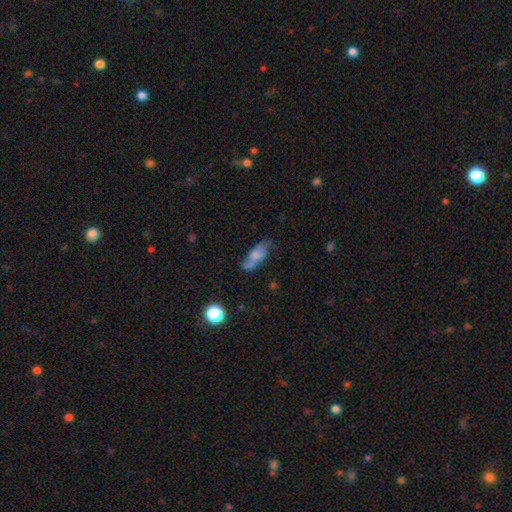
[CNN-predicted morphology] This is possibly a smooth galaxy (59%). How rounded: likely in between (74%). Merging: marginally none (44%).